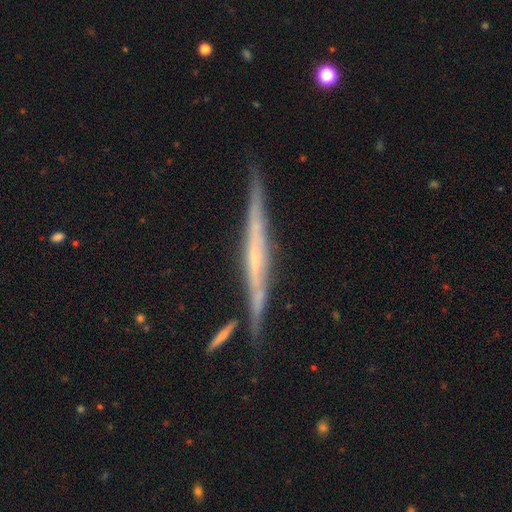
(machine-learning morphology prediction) Smooth or featured? featured or disk (78%)
Edge-on disk? yes (97%)
Edge-on bulge? none (54%)
Merging? none (80%)